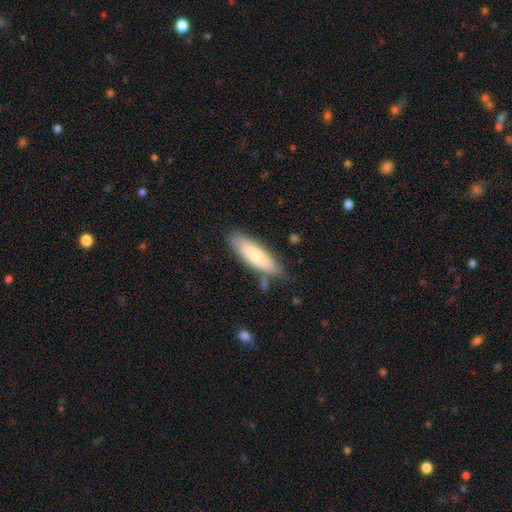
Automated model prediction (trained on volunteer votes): A smooth galaxy with no disk features (73%) that is cigar-shaped (55%). Merging: none (74%).